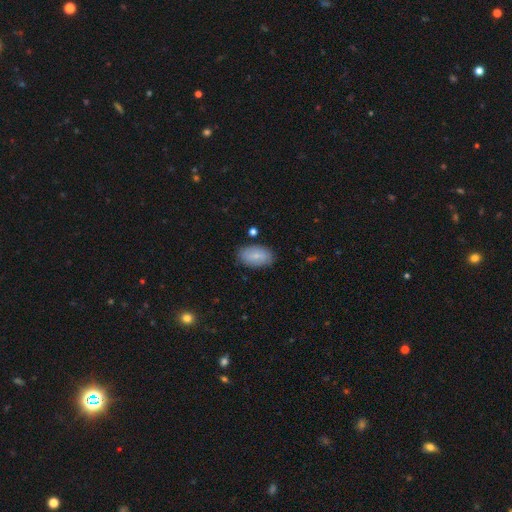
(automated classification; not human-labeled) Smooth or featured?
  - smooth: 81% *
  - featured or disk: 13%
  - star or artifact: 6%
How rounded?
  - in between: 93% *
  - round: 5%
  - cigar-shaped: 2%
Merging?
  - none: 83% *
  - minor disturbance: 12%
  - major disturbance: 3%
  - merger: 2%